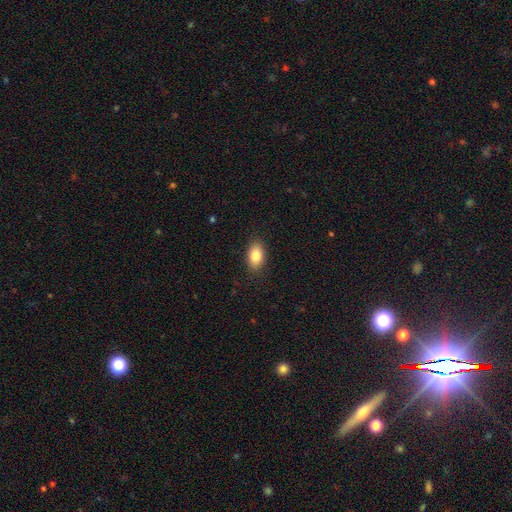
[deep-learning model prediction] A smooth galaxy with no disk features (84%) that is in between round and cigar-shaped (91%).

Vote fractions:
- Smooth or featured? smooth: 84% / featured or disk: 9% / star or artifact: 8%
- How rounded? in between: 91% / round: 7% / cigar-shaped: 2%
- Merging? none: 88% / minor disturbance: 9% / major disturbance: 2% / merger: 1%